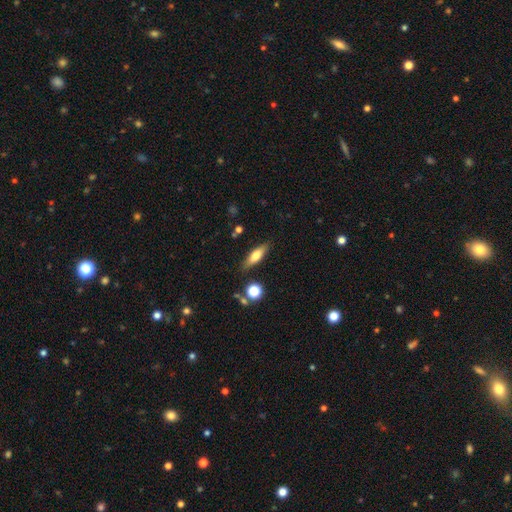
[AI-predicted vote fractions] A smooth galaxy with no disk features (59%) that is cigar-shaped (51%). Merging: none (83%).